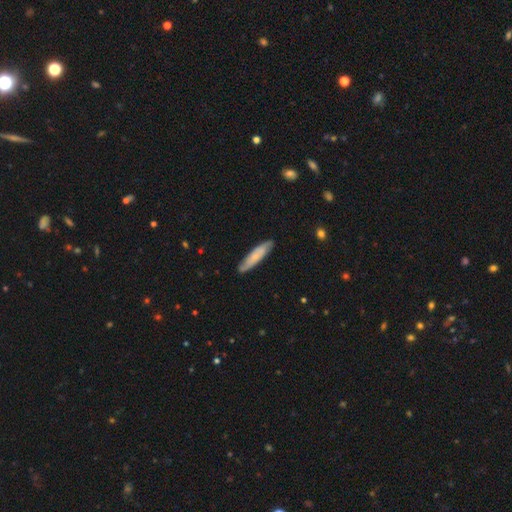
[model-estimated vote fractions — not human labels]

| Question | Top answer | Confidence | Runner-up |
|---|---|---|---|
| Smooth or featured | smooth | 60% | featured or disk (34%) |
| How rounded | cigar-shaped | 82% | in between (17%) |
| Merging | none | 85% | minor disturbance (12%) |